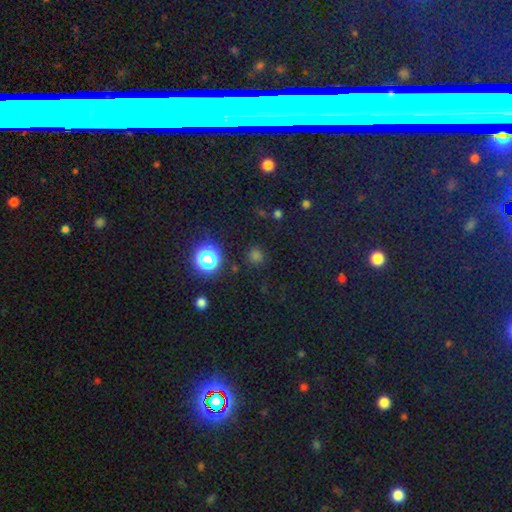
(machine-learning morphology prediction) Smooth or featured? smooth (62%)
How rounded? round (91%)
Merging? none (85%)